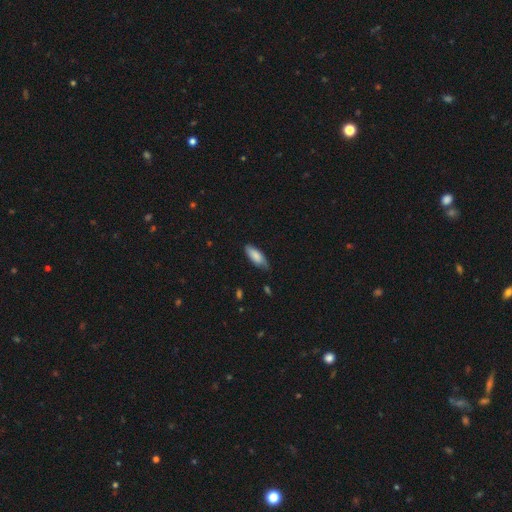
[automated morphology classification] Smooth or featured? smooth (82%)
How rounded? in between (73%)
Merging? none (68%)